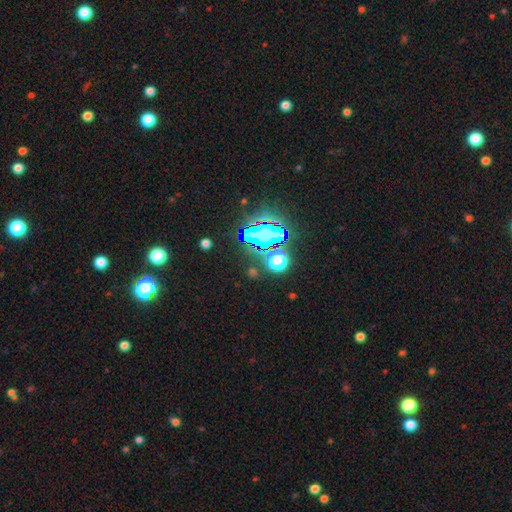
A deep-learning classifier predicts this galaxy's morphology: A star or artifact, not a galaxy (84%).